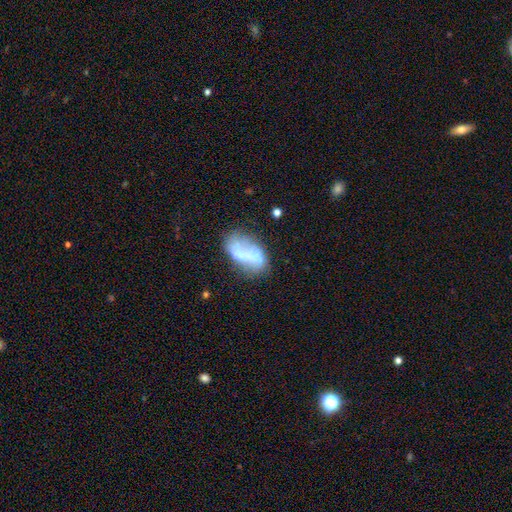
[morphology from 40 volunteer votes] Smooth or featured? 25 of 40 (62%) said featured or disk. Edge-on disk? 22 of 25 (88%) said no. Bar? 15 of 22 (68%) said no. Spiral arms? 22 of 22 (100%) said no. Bulge size? 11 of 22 (50%) said none. Merging? 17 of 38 (45%) said none.